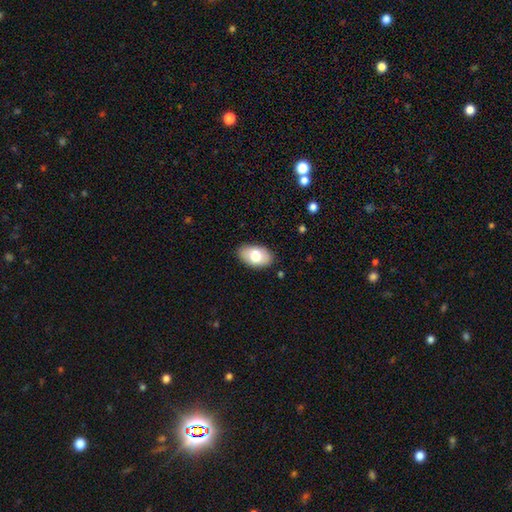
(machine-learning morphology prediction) The model was most divided on "smooth or featured": smooth: 75%, featured or disk: 18%, star or artifact: 7%. More confident: how rounded — in between (93%); merging — none (86%).